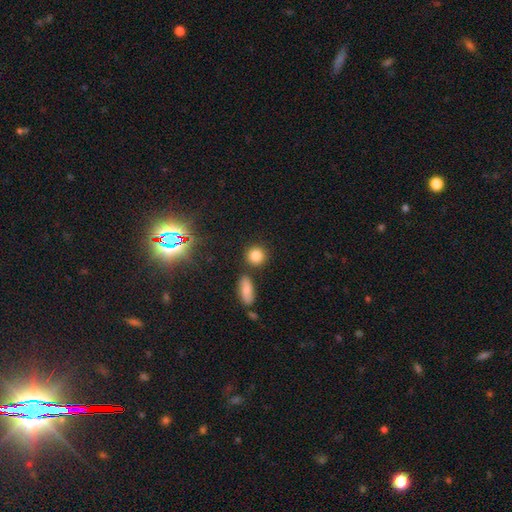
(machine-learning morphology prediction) type=smooth (82%); roundness=round (87%); merging=none (81%).